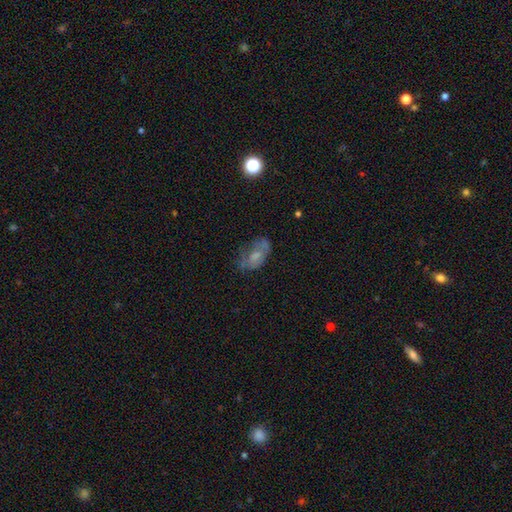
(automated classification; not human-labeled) smooth-or-featured: smooth: 44% | featured or disk: 43% | star or artifact: 13%
  merging: none: 50% | minor disturbance: 27% | major disturbance: 19% | merger: 4%